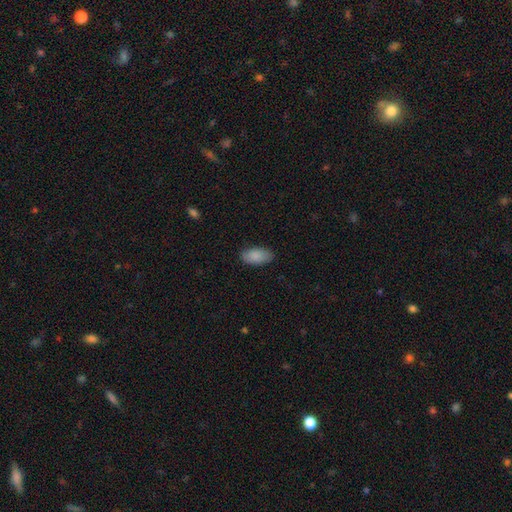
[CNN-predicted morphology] A smooth galaxy with no disk features (89%) that is in between round and cigar-shaped (93%).

Vote fractions:
- Smooth or featured? smooth: 89% / star or artifact: 6% / featured or disk: 5%
- How rounded? in between: 93% / cigar-shaped: 4% / round: 3%
- Merging? none: 84% / minor disturbance: 12% / major disturbance: 3% / merger: 1%